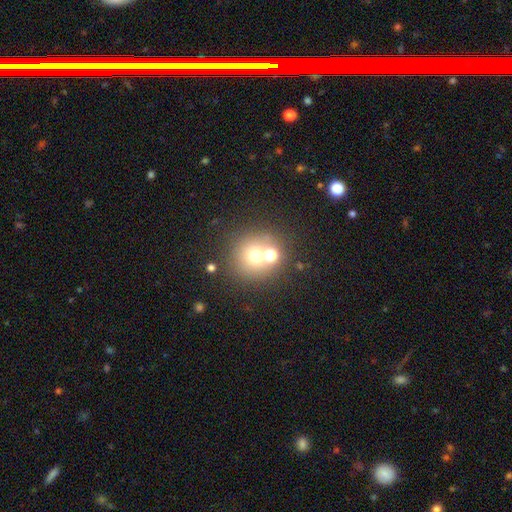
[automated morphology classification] Q: Smooth or featured?
A: smooth (63%); runner-up: star or artifact (21%)
Q: How rounded?
A: round (91%); runner-up: in between (8%)
Q: Merging?
A: none (61%); runner-up: merger (27%)